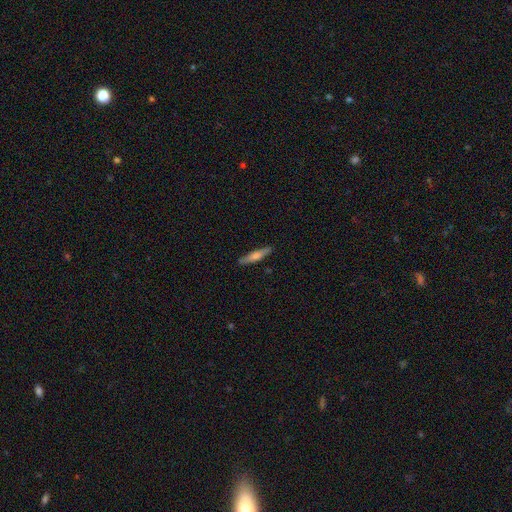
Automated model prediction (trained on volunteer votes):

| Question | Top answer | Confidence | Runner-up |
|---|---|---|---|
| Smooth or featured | smooth | 47% | featured or disk (46%) |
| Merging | none | 89% | minor disturbance (8%) |